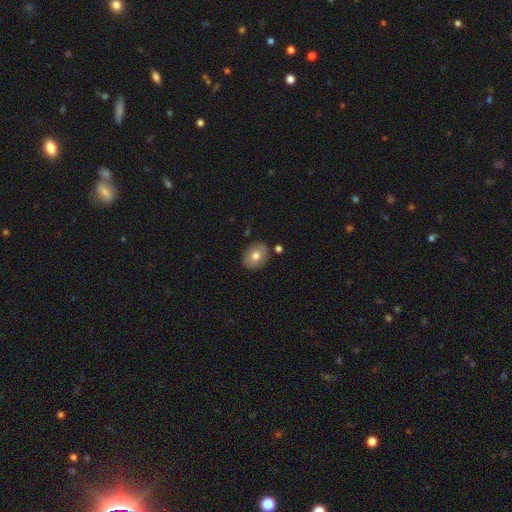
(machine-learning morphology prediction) smooth 71%, featured or disk 21%, star or artifact 8%. Down the decision tree: how rounded — in between (52%); merging — none (83%).